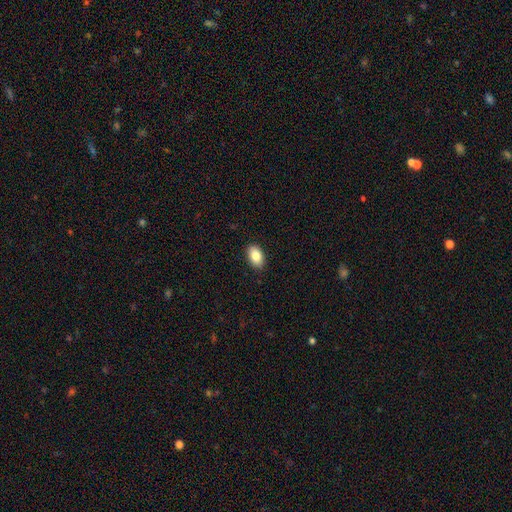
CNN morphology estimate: smooth_or_featured: smooth (p=0.85) [alt: featured or disk p=0.08]
how_rounded: in between (p=0.91) [alt: round p=0.08]
merging: none (p=0.90) [alt: minor disturbance p=0.08]